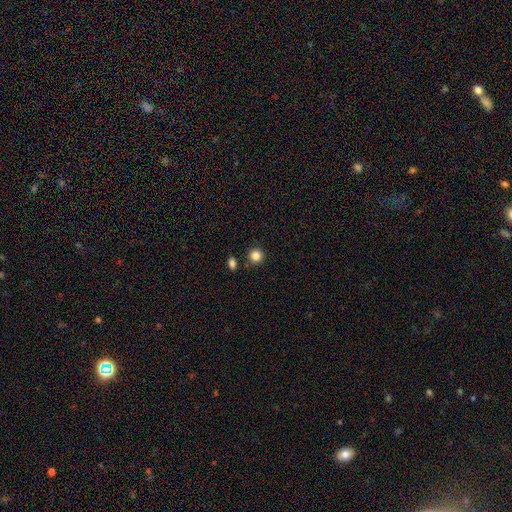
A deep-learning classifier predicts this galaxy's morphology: A smooth galaxy with no disk features (85%) that is round (92%). Merging: none (85%).